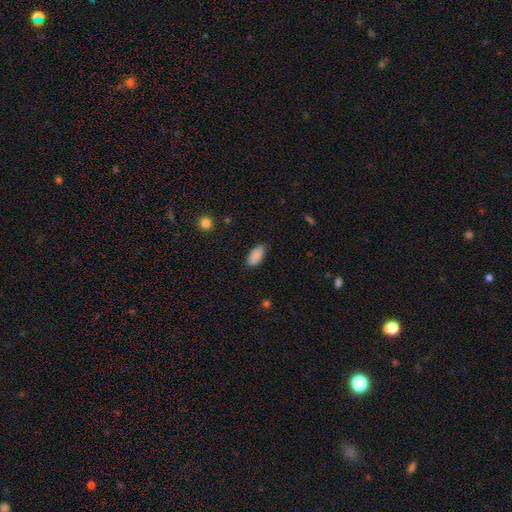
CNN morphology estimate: Q: Smooth or featured?
A: smooth (89%); runner-up: star or artifact (7%)
Q: How rounded?
A: in between (92%); runner-up: cigar-shaped (6%)
Q: Merging?
A: none (84%); runner-up: minor disturbance (13%)